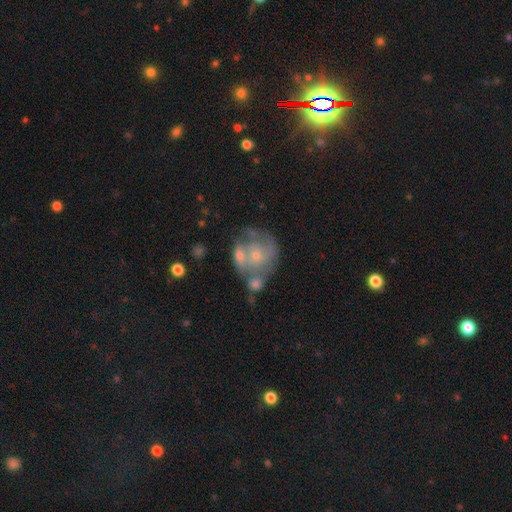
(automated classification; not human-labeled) Smooth or featured: featured or disk — 69% (smooth — 23%)
Edge-on disk: no — 98% (yes — 2%)
Bar: no — 79% (weak — 18%)
Spiral arms: yes — 72% (no — 28%)
Bulge size: small — 68% (moderate — 25%)
Merging: merger — 40% (none — 30%)